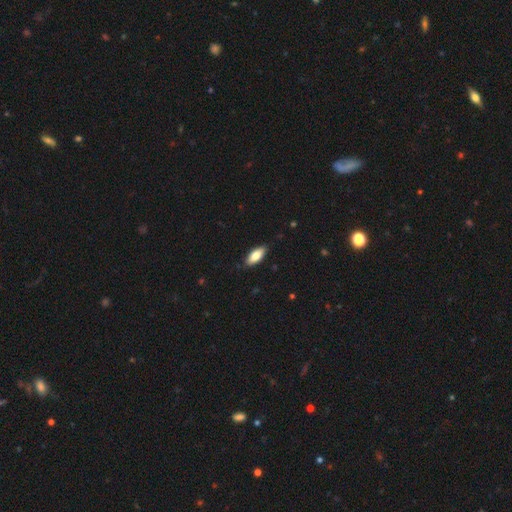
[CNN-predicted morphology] The model was most divided on "how rounded": in between: 81%, cigar-shaped: 17%, round: 2%. More confident: merging — none (86%); smooth or featured — smooth (80%).